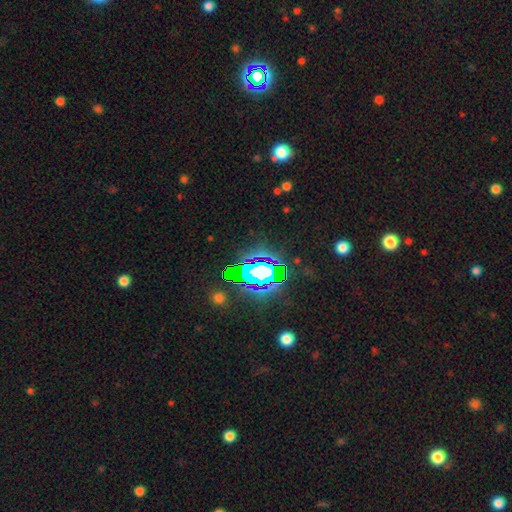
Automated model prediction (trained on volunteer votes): A star or artifact, not a galaxy (79%).

Vote fractions:
- Smooth or featured? star or artifact: 79% / smooth: 12% / featured or disk: 9%